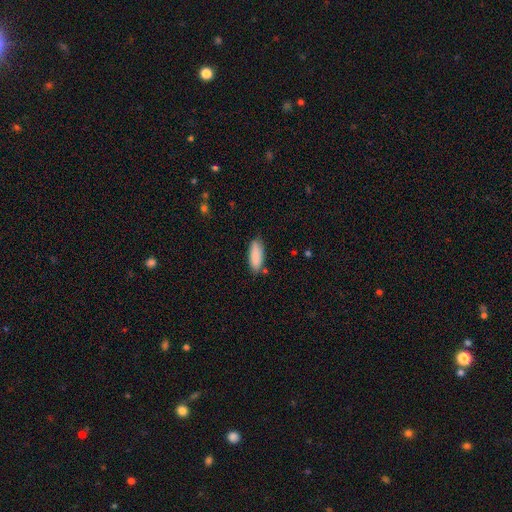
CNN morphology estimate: This is clearly a smooth galaxy (88%). How rounded: likely in between (71%). Merging: likely none (80%).